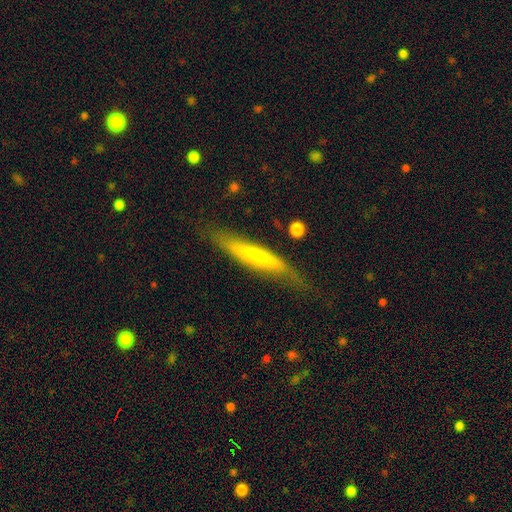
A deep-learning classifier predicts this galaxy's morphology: This appears to be a smooth galaxy with no disk features (54%) that is cigar-shaped (91%). Merging: none (68%).